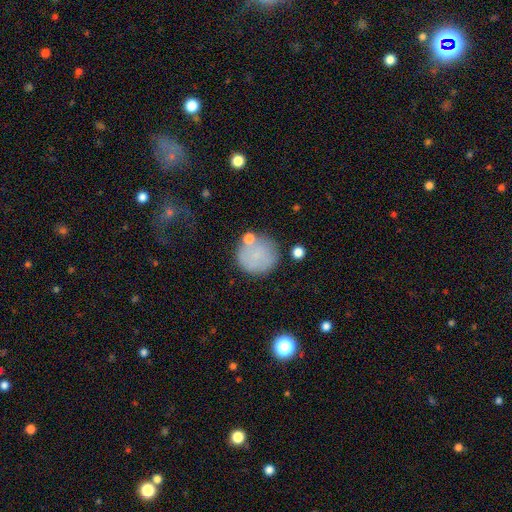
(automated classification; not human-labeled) Q: Smooth or featured?
A: smooth (77%); runner-up: featured or disk (13%)
Q: How rounded?
A: round (93%); runner-up: in between (6%)
Q: Merging?
A: none (72%); runner-up: minor disturbance (15%)